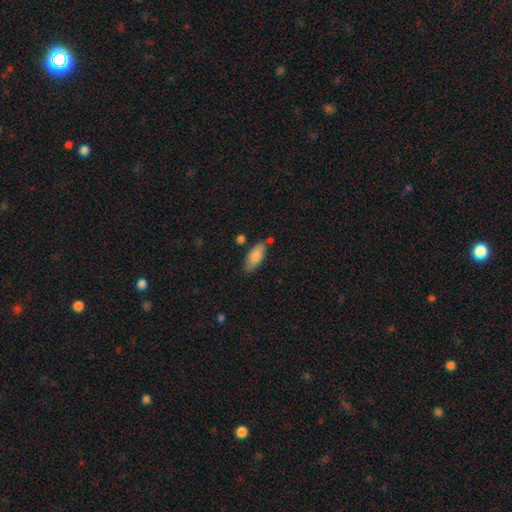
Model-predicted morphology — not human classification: smooth-or-featured: smooth: 83% | featured or disk: 11% | star or artifact: 6%
  how-rounded: in between: 81% | cigar-shaped: 17% | round: 2%
  merging: none: 72% | minor disturbance: 18% | merger: 7% | major disturbance: 4%